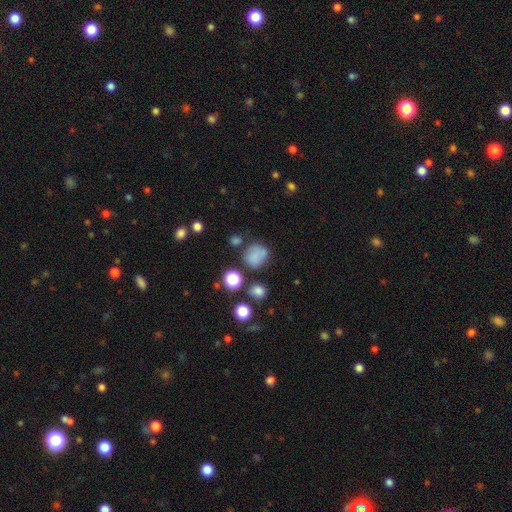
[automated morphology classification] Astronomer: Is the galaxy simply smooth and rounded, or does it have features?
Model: smooth — 77%.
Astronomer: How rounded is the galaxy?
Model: round — 75%.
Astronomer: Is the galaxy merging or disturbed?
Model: none — 63%.